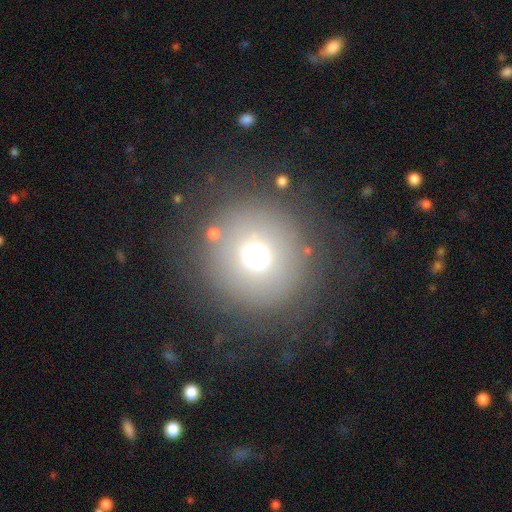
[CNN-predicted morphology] Smooth or featured? Predicted: smooth (p=0.67). How rounded? Predicted: round (p=0.93). Merging? Predicted: none (p=0.81).